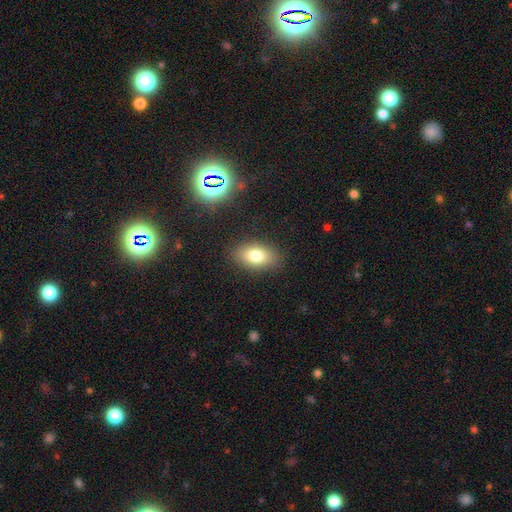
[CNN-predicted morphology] Smooth or featured? Predicted: smooth (p=0.78). How rounded? Predicted: in between (p=0.88). Merging? Predicted: none (p=0.85).